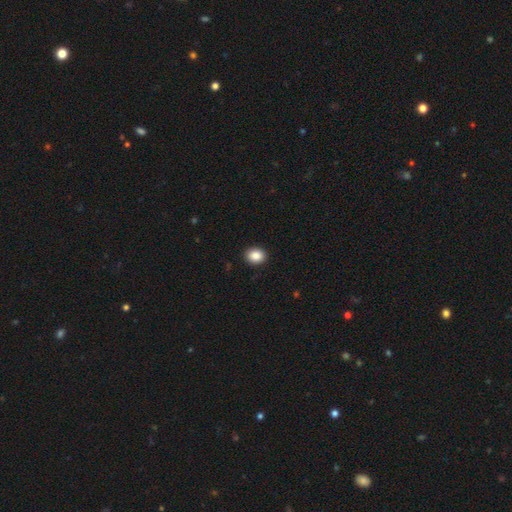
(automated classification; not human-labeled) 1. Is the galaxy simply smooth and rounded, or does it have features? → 88% smooth, 9% star or artifact, 4% featured or disk.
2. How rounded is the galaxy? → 53% round, 46% in between, 1% cigar-shaped.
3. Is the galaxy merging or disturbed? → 91% none, 6% minor disturbance, 2% major disturbance, 1% merger.